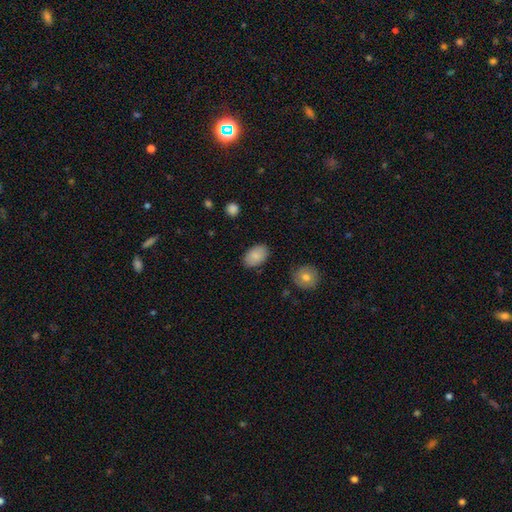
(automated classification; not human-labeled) smooth_or_featured: smooth (p=0.85) [alt: featured or disk p=0.08]
how_rounded: in between (p=0.90) [alt: round p=0.09]
merging: none (p=0.85) [alt: minor disturbance p=0.11]